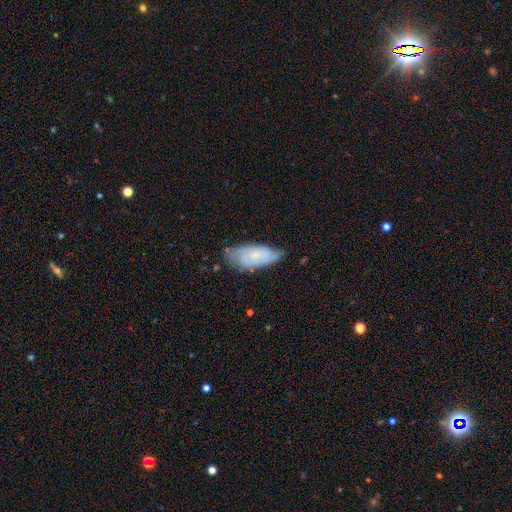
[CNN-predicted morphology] Smooth or featured?
  - featured or disk: 47% *
  - smooth: 46%
  - star or artifact: 7%
Merging?
  - none: 56% *
  - minor disturbance: 34%
  - major disturbance: 8%
  - merger: 2%